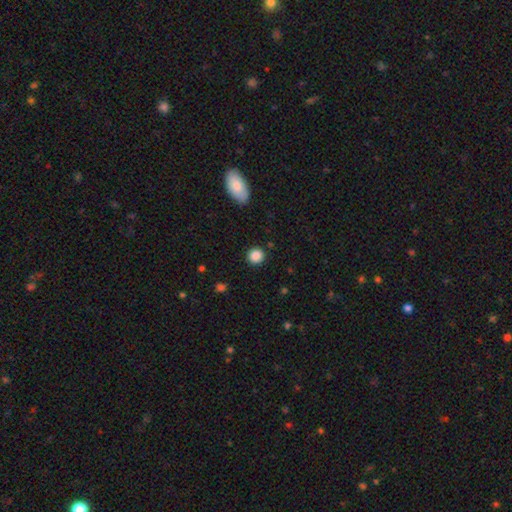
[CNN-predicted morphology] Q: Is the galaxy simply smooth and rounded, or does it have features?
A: smooth — 87%.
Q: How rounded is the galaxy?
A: round — 90%.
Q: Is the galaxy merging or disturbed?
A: none — 89%.